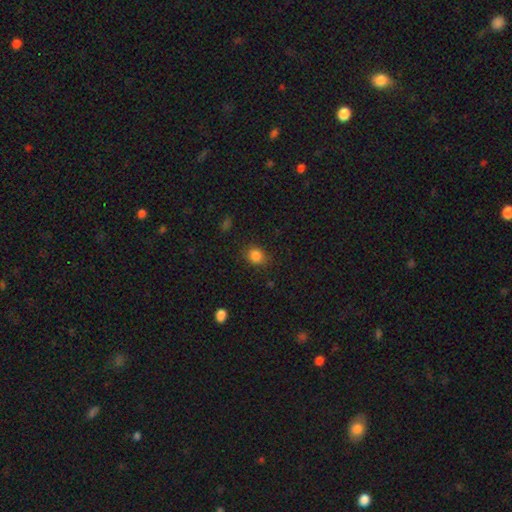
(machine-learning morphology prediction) smooth_or_featured: smooth (p=0.85) [alt: star or artifact p=0.11]
how_rounded: round (p=0.62) [alt: in between p=0.37]
merging: none (p=0.80) [alt: minor disturbance p=0.14]